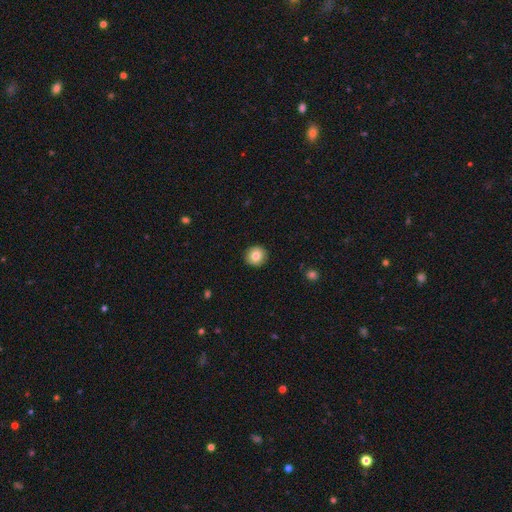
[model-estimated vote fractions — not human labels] Smooth or featured? Predicted: smooth (p=0.83). How rounded? Predicted: round (p=0.93). Merging? Predicted: none (p=0.92).